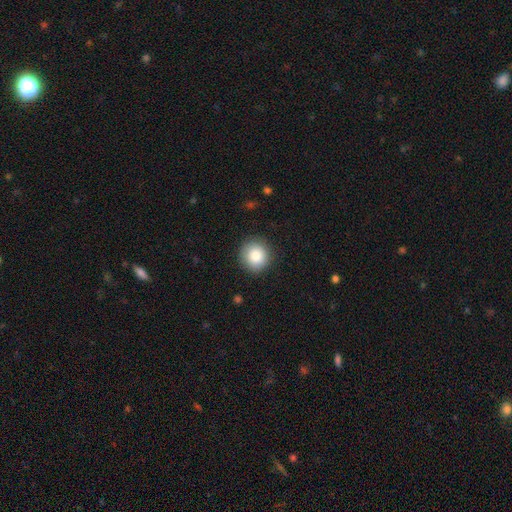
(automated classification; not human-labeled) smooth 84%, star or artifact 9%, featured or disk 8%. Down the decision tree: how rounded — round (91%); merging — none (88%).